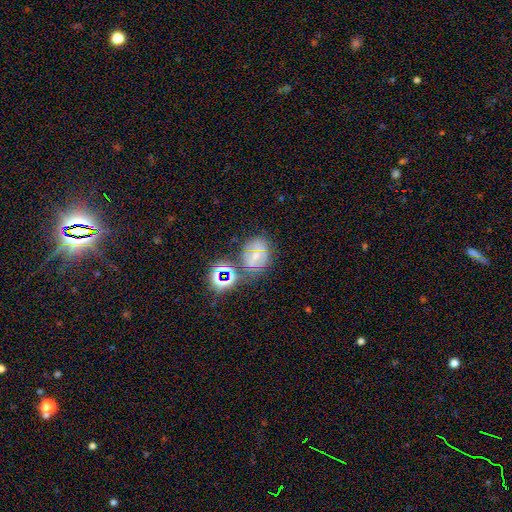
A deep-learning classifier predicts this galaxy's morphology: Smooth or featured? featured or disk (37%)
Merging? none (60%)